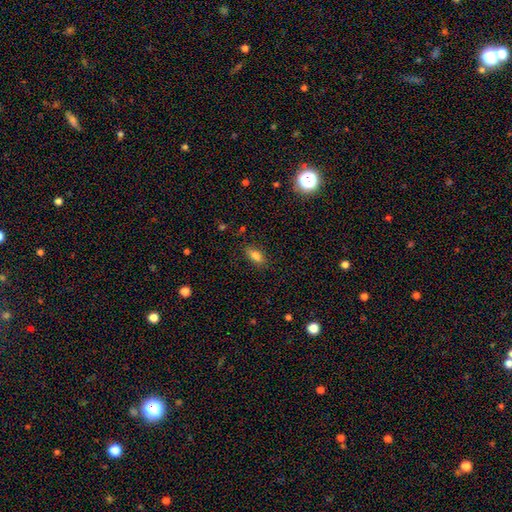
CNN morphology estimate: Q: Smooth or featured?
A: smooth (83%); runner-up: star or artifact (10%)
Q: How rounded?
A: in between (86%); runner-up: cigar-shaped (9%)
Q: Merging?
A: none (83%); runner-up: minor disturbance (12%)